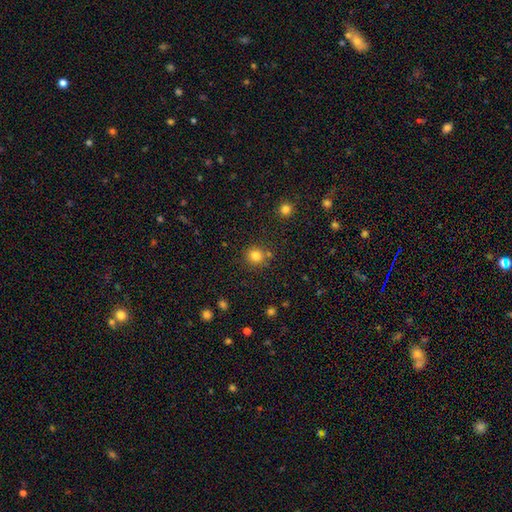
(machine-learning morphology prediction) Overall: smooth (81%). How rounded: round (90%). Merging: none (80%).